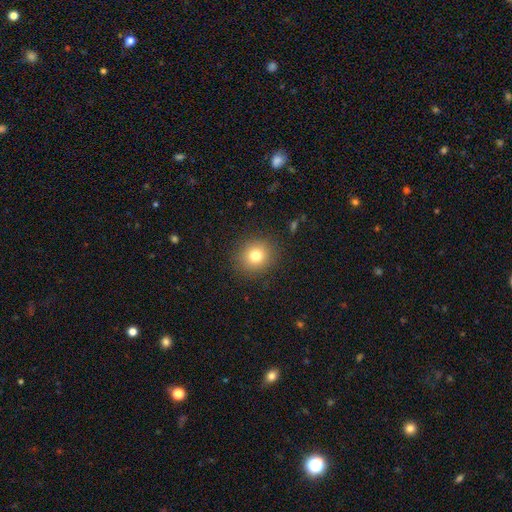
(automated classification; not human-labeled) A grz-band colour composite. It shows a smooth galaxy with no disk features (77%) that is round (87%). Merging: none (89%).